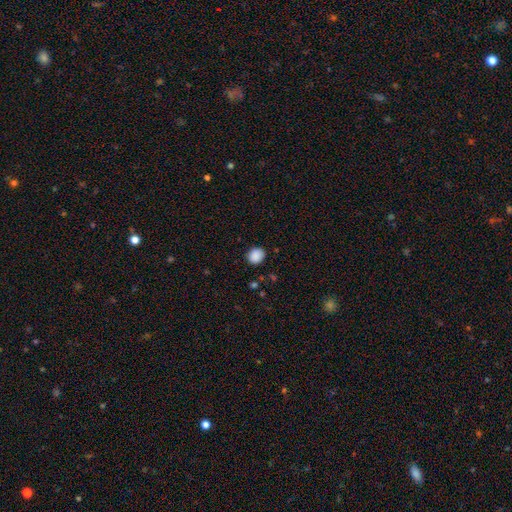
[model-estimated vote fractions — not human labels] A smooth galaxy with no disk features (88%) that is round (70%). Merging: none (85%).